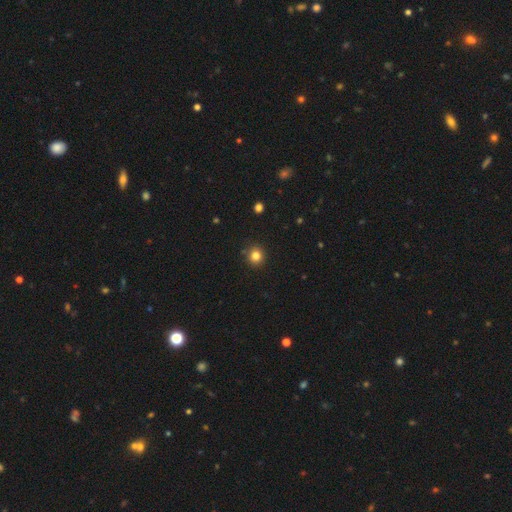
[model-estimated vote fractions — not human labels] smooth 82%, star or artifact 13%, featured or disk 5%. Down the decision tree: how rounded — round (92%); merging — none (90%).